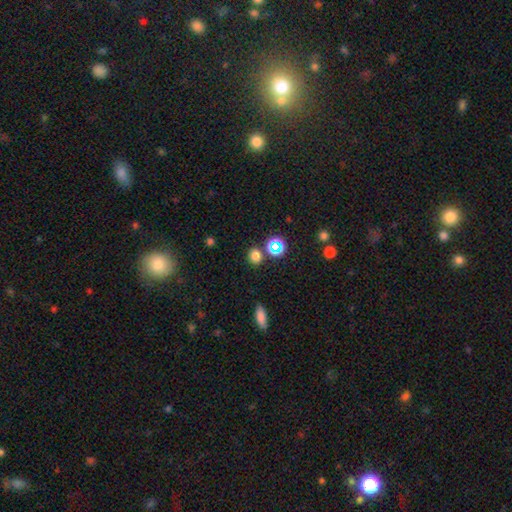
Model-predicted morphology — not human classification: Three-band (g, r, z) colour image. It shows a smooth galaxy with no disk features (74%) that is round (75%). Merging: none (79%).